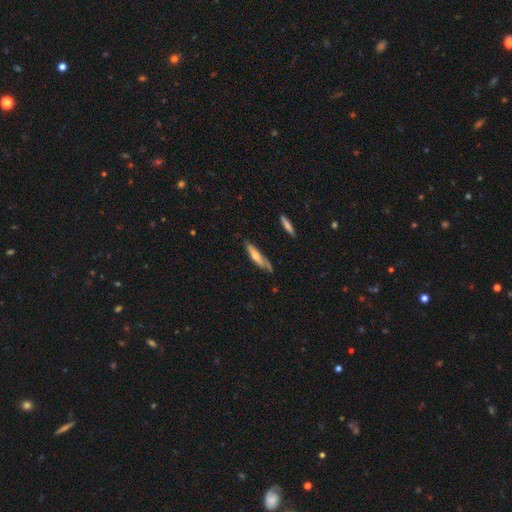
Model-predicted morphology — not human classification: Smooth or featured?
  - smooth: 53% *
  - featured or disk: 41%
  - star or artifact: 6%
How rounded?
  - cigar-shaped: 81% *
  - in between: 18%
  - round: 2%
Merging?
  - none: 65% *
  - minor disturbance: 25%
  - major disturbance: 7%
  - merger: 3%